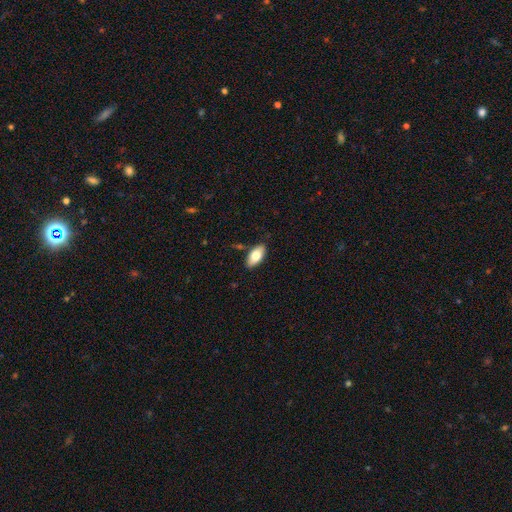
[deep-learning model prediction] Morphology: type=smooth (78%); roundness=in between (92%); merging=none (86%).